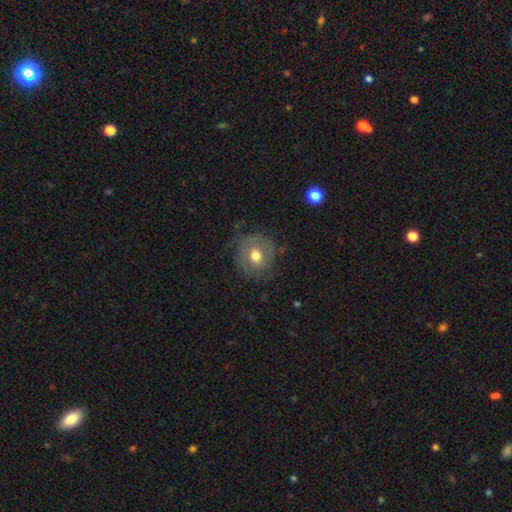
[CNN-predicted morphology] smooth-or-featured: smooth: 49% | featured or disk: 42% | star or artifact: 9%
  merging: none: 70% | minor disturbance: 19% | major disturbance: 10% | merger: 1%